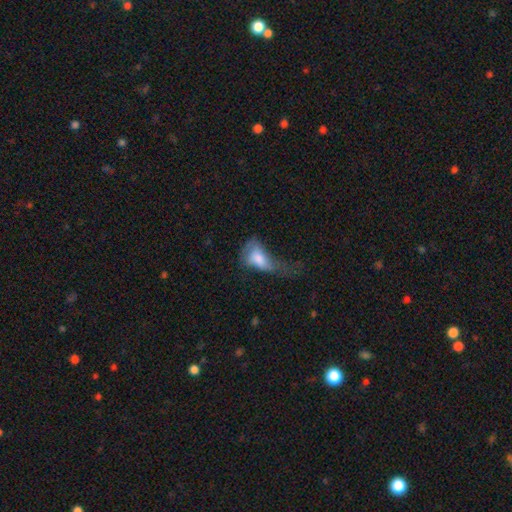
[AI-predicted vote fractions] This is likely a smooth galaxy (63%). How rounded: clearly in between (86%). Merging: likely major disturbance (63%).